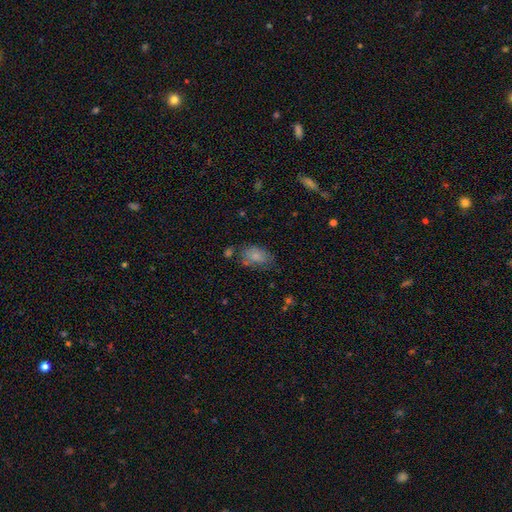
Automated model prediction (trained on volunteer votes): A smooth galaxy with no disk features (79%) that is in between round and cigar-shaped (87%). Merging: none (54%).